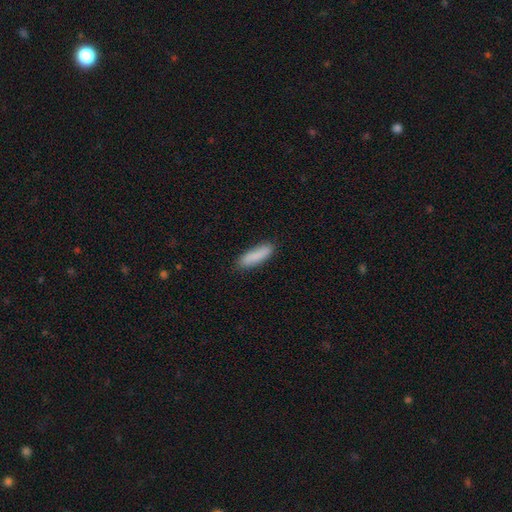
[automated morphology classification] Smooth or featured: smooth — 86% (featured or disk — 8%)
How rounded: cigar-shaped — 58% (in between — 40%)
Merging: none — 85% (minor disturbance — 11%)